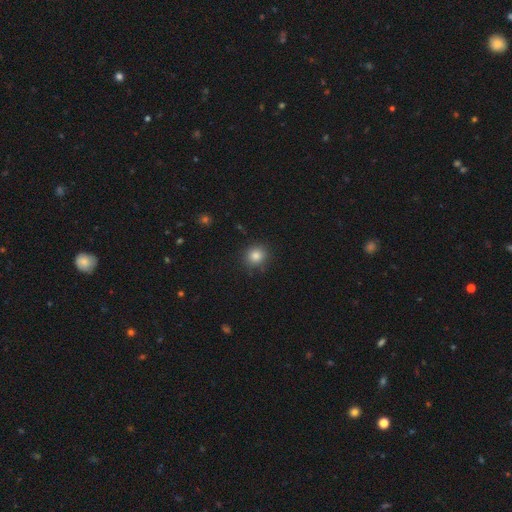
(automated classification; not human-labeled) A smooth galaxy with no disk features (84%) that is round (88%).

Vote fractions:
- Smooth or featured? smooth: 84% / star or artifact: 11% / featured or disk: 5%
- How rounded? round: 88% / in between: 11% / cigar-shaped: 1%
- Merging? none: 88% / minor disturbance: 8% / major disturbance: 2% / merger: 1%